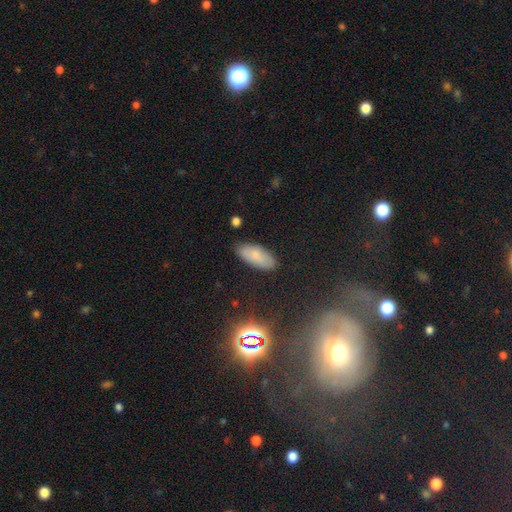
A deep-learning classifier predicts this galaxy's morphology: Smooth or featured?
  - smooth: 79% *
  - featured or disk: 11%
  - star or artifact: 10%
How rounded?
  - in between: 84% *
  - cigar-shaped: 13%
  - round: 2%
Merging?
  - none: 84% *
  - minor disturbance: 12%
  - major disturbance: 3%
  - merger: 1%